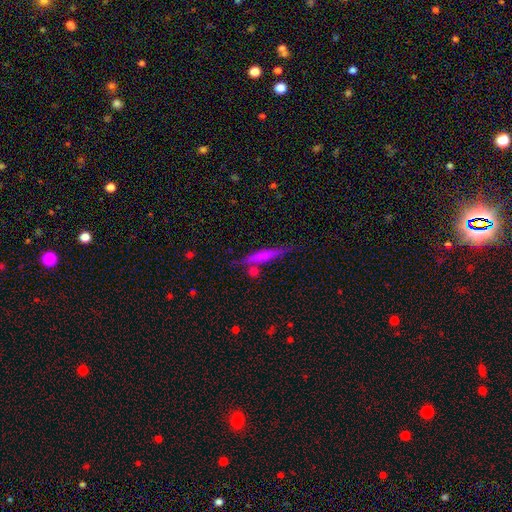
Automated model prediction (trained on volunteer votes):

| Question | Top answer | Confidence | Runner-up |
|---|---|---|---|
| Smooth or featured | smooth | 47% | featured or disk (43%) |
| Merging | none | 79% | minor disturbance (12%) |